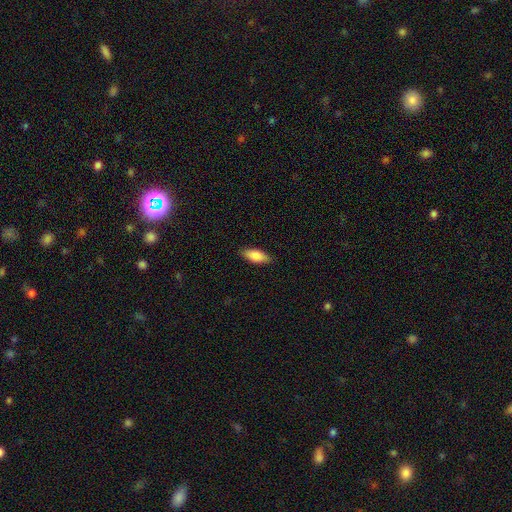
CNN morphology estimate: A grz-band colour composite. It shows a smooth galaxy with no disk features (83%) that is in between round and cigar-shaped (81%). Merging: none (87%).